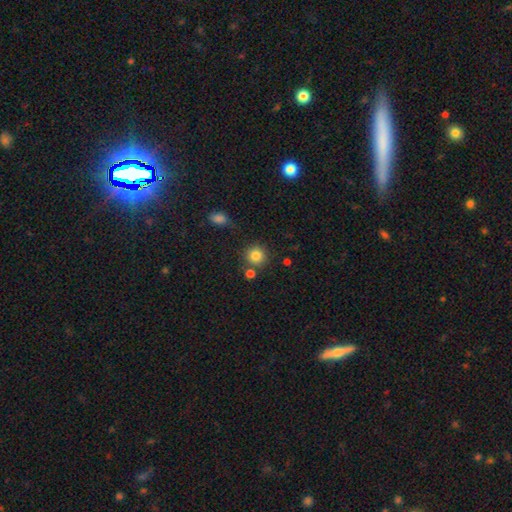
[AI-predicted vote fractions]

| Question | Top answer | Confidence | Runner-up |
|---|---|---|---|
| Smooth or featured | smooth | 84% | star or artifact (11%) |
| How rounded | round | 92% | in between (8%) |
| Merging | none | 78% | merger (10%) |